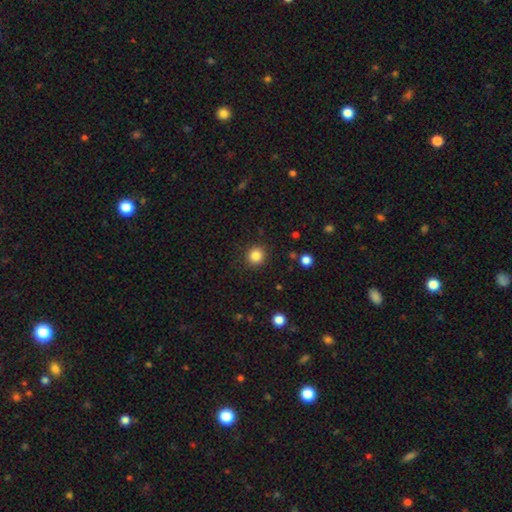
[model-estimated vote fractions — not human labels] Smooth or featured? smooth (85%)
How rounded? round (92%)
Merging? none (90%)